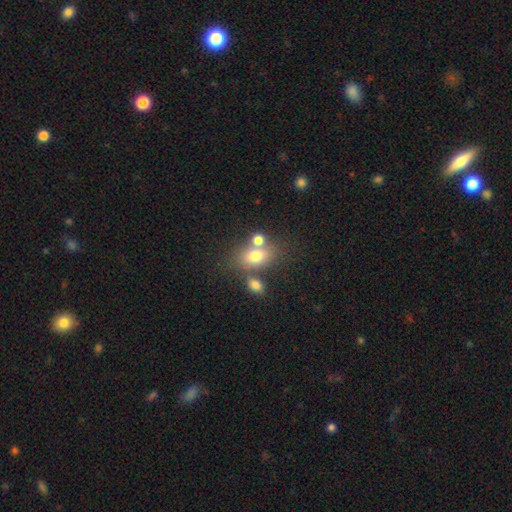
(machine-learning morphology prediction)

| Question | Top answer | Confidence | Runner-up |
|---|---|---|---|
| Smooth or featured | smooth | 72% | featured or disk (16%) |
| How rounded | in between | 67% | round (31%) |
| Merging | none | 46% | merger (37%) |